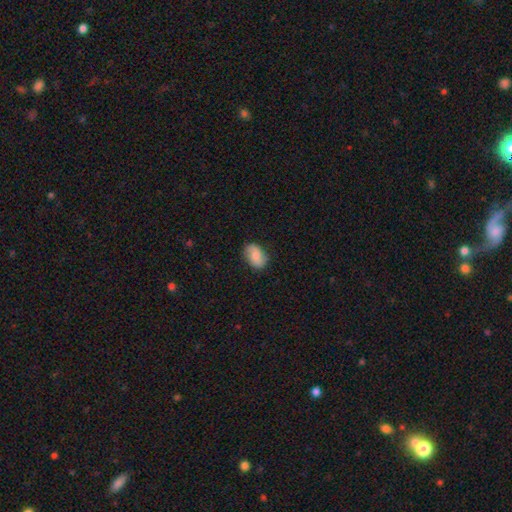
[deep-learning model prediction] Q: Smooth or featured?
A: smooth (69%); runner-up: featured or disk (24%)
Q: How rounded?
A: in between (84%); runner-up: round (15%)
Q: Merging?
A: none (79%); runner-up: minor disturbance (16%)